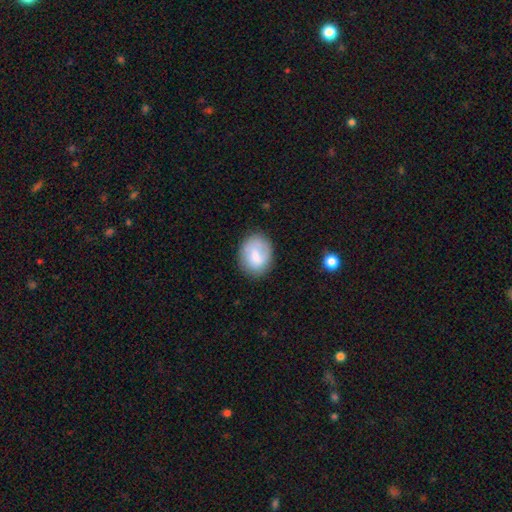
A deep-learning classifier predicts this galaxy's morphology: A smooth galaxy with no disk features (70%) that is in between round and cigar-shaped (59%).

Vote fractions:
- Smooth or featured? smooth: 70% / featured or disk: 23% / star or artifact: 7%
- How rounded? in between: 59% / round: 40% / cigar-shaped: 1%
- Merging? none: 73% / minor disturbance: 19% / major disturbance: 6% / merger: 2%